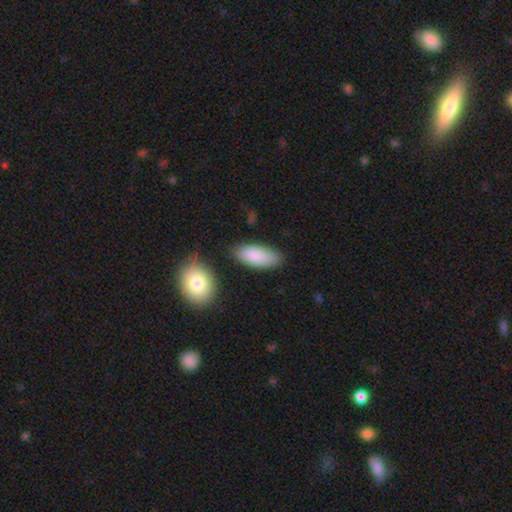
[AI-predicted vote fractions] smooth-or-featured: smooth: 86% | featured or disk: 8% | star or artifact: 6%
  how-rounded: in between: 84% | cigar-shaped: 14% | round: 2%
  merging: none: 78% | minor disturbance: 14% | merger: 5% | major disturbance: 3%